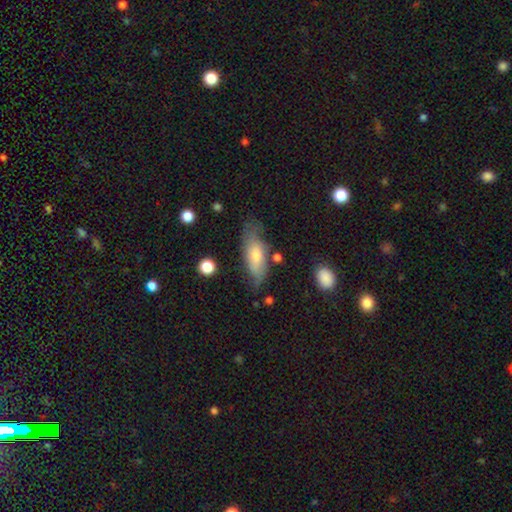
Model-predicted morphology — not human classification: smooth-or-featured: smooth: 57% | featured or disk: 36% | star or artifact: 7%
  how-rounded: in between: 73% | cigar-shaped: 24% | round: 3%
  merging: none: 61% | minor disturbance: 27% | major disturbance: 8% | merger: 4%